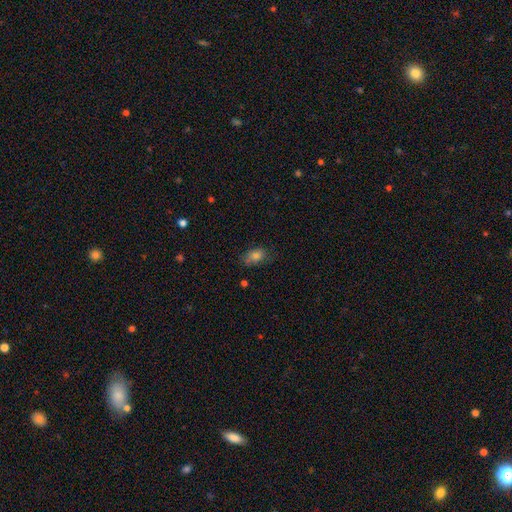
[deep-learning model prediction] smooth 78%, featured or disk 12%, star or artifact 11%. Down the decision tree: how rounded — in between (82%); merging — none (64%).